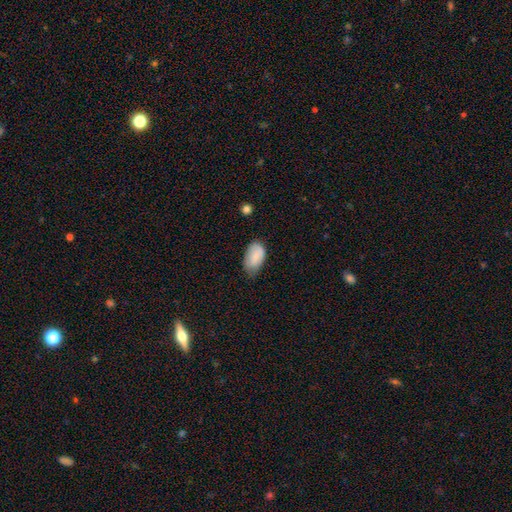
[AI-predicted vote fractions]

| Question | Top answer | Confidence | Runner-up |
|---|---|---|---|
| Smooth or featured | smooth | 83% | featured or disk (10%) |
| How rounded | in between | 93% | round (5%) |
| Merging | none | 52% | minor disturbance (39%) |